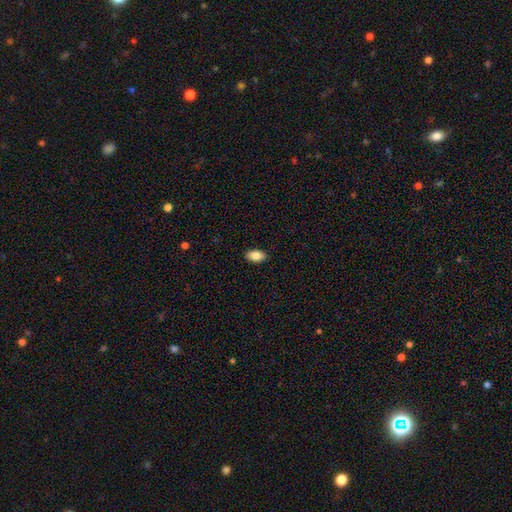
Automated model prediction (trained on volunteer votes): A smooth galaxy with no disk features (84%) that is in between round and cigar-shaped (91%). Merging: none (89%).